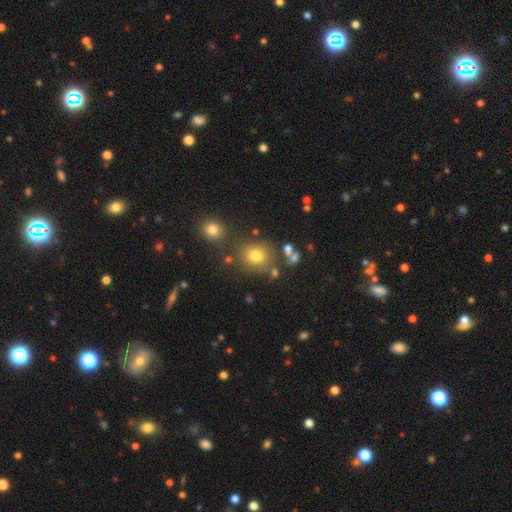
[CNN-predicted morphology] Q: Smooth or featured?
A: smooth (75%); runner-up: star or artifact (16%)
Q: How rounded?
A: round (77%); runner-up: in between (22%)
Q: Merging?
A: none (74%); runner-up: minor disturbance (12%)